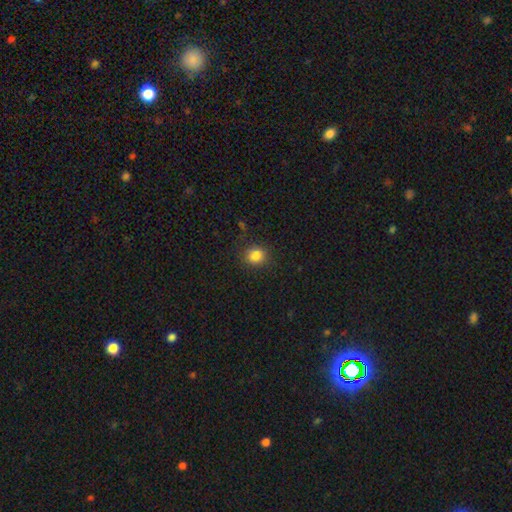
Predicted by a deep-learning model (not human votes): Smooth or featured? Predicted: smooth (p=0.84). How rounded? Predicted: round (p=0.79). Merging? Predicted: none (p=0.87).